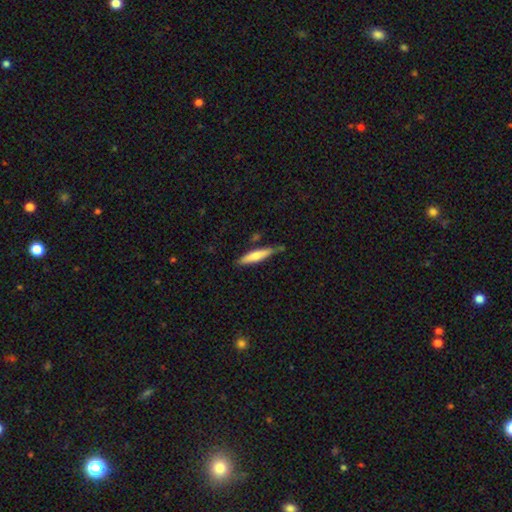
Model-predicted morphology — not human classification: The model was most divided on "smooth or featured": smooth: 68%, featured or disk: 27%, star or artifact: 6%. More confident: how rounded — cigar-shaped (84%); merging — none (72%).